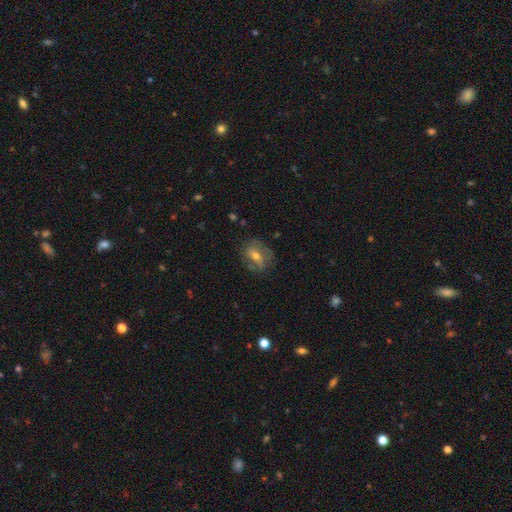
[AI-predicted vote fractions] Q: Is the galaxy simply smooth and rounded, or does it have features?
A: featured or disk — 47%.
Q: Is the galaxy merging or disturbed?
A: none — 68%.